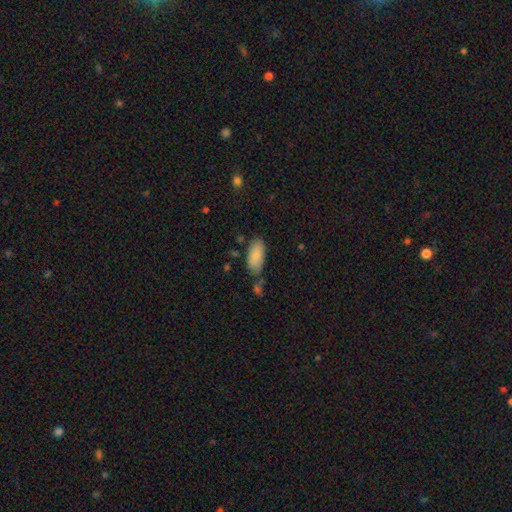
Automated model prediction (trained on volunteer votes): Morphology: type=smooth (86%); roundness=in between (90%); merging=none (67%).